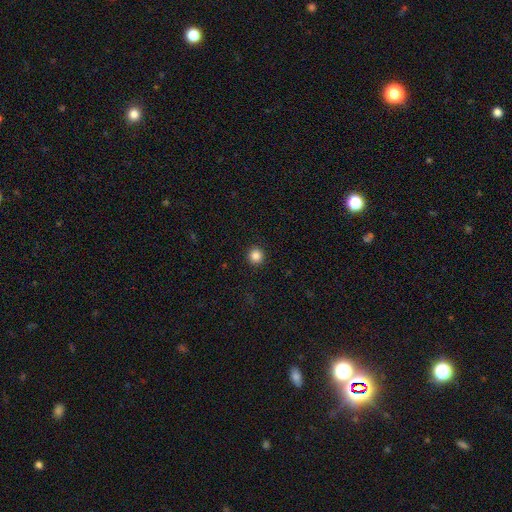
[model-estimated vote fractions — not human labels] Morphology: type=smooth (85%); roundness=round (95%); merging=none (93%).